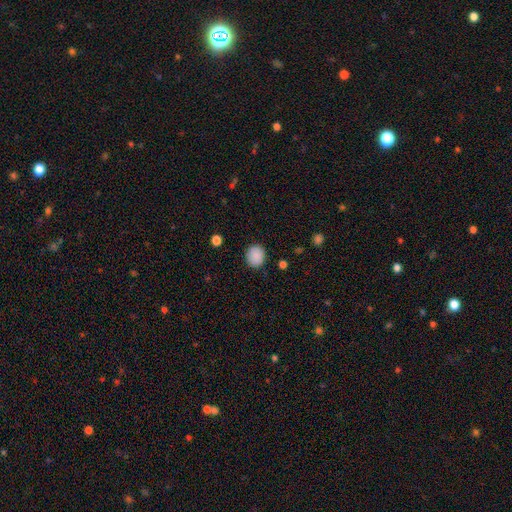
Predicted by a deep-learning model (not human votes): smooth-or-featured: smooth: 89% | star or artifact: 8% | featured or disk: 3%
  how-rounded: round: 76% | in between: 23% | cigar-shaped: 1%
  merging: none: 87% | minor disturbance: 9% | major disturbance: 3% | merger: 1%